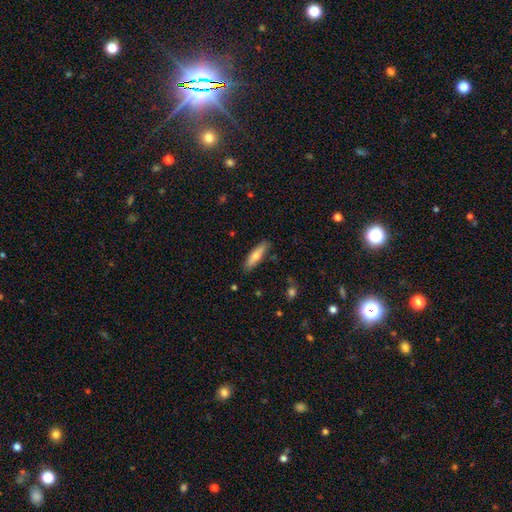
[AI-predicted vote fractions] Smooth or featured? Predicted: smooth (p=0.67). How rounded? Predicted: cigar-shaped (p=0.68). Merging? Predicted: none (p=0.86).